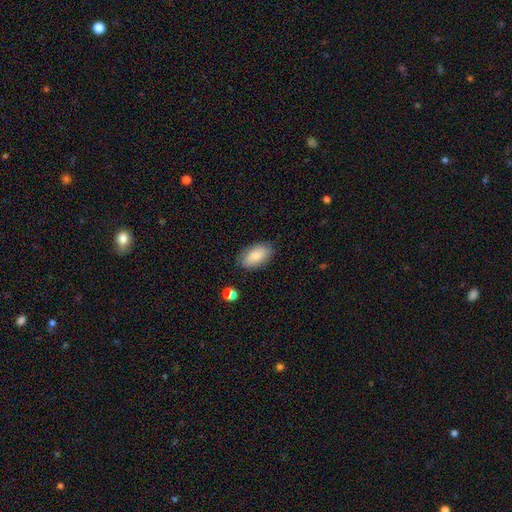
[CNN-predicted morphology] type=smooth (82%); roundness=in between (93%); merging=none (82%).